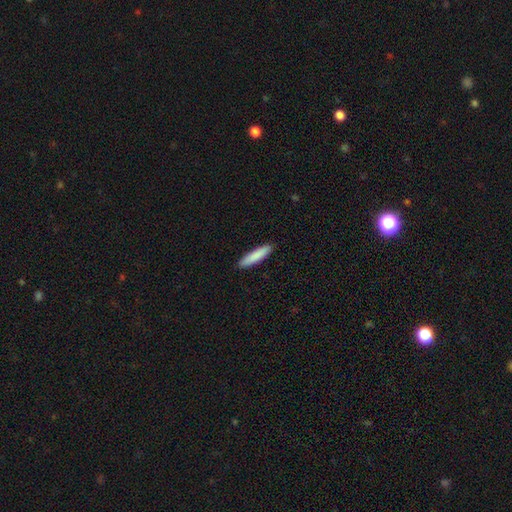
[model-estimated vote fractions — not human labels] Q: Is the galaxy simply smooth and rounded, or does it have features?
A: smooth — 86%.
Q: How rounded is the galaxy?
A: cigar-shaped — 85%.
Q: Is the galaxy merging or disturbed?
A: none — 92%.